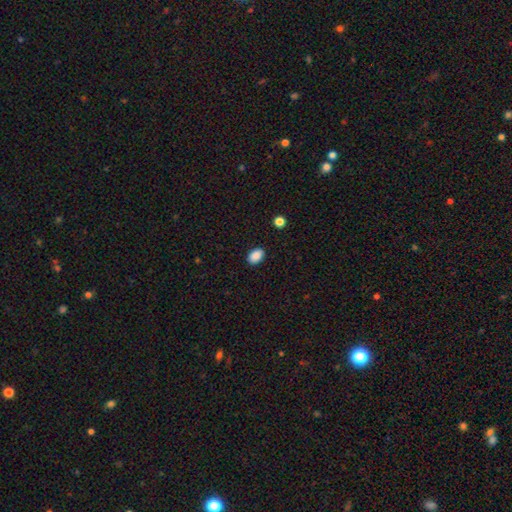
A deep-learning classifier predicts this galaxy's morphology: This is clearly a smooth galaxy (89%). How rounded: clearly in between (84%). Merging: clearly none (88%).